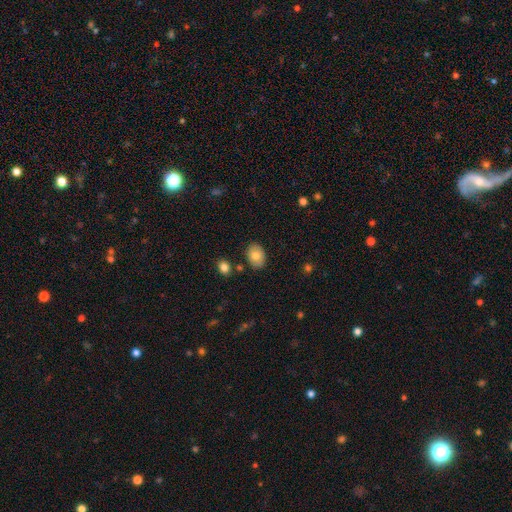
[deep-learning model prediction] smooth-or-featured: smooth: 80% | featured or disk: 12% | star or artifact: 7%
  how-rounded: in between: 75% | round: 24% | cigar-shaped: 1%
  merging: none: 85% | minor disturbance: 10% | merger: 3% | major disturbance: 2%